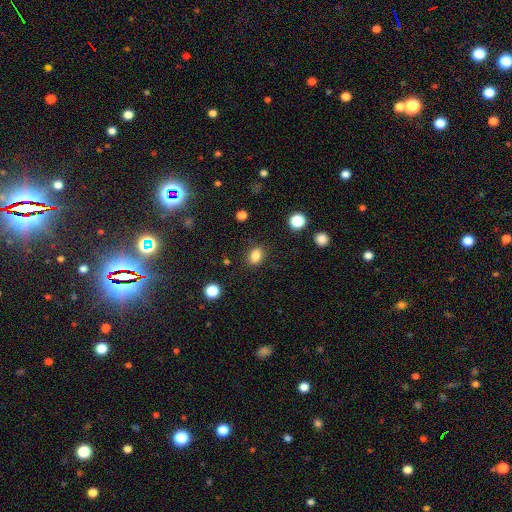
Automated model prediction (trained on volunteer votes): A smooth galaxy with no disk features (84%) that is in between round and cigar-shaped (70%).

Vote fractions:
- Smooth or featured? smooth: 84% / star or artifact: 11% / featured or disk: 5%
- How rounded? in between: 70% / round: 29% / cigar-shaped: 1%
- Merging? none: 84% / minor disturbance: 11% / major disturbance: 3% / merger: 2%